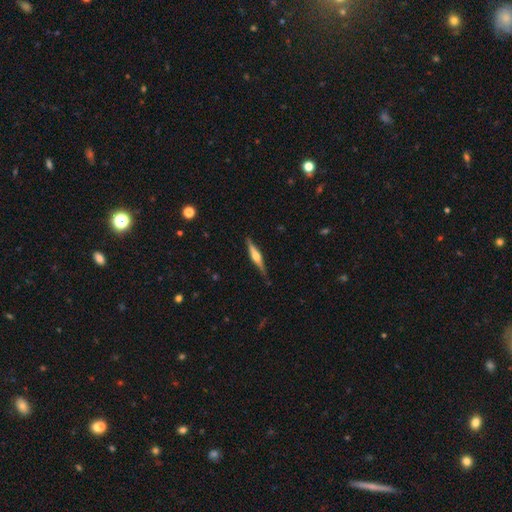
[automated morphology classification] Q: Smooth or featured?
A: featured or disk (65%); runner-up: smooth (29%)
Q: Edge-on disk?
A: yes (97%); runner-up: no (3%)
Q: Edge-on bulge?
A: rounded (83%); runner-up: boxy (12%)
Q: Merging?
A: none (84%); runner-up: minor disturbance (12%)